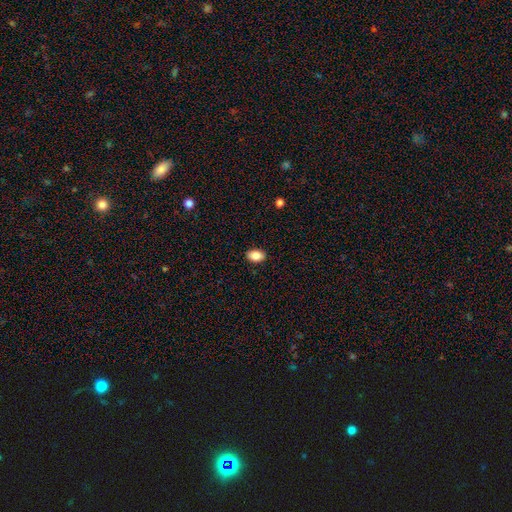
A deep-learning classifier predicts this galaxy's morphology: Smooth or featured?
  - smooth: 86% *
  - star or artifact: 8%
  - featured or disk: 6%
How rounded?
  - in between: 87% *
  - round: 12%
  - cigar-shaped: 1%
Merging?
  - none: 90% *
  - minor disturbance: 7%
  - major disturbance: 2%
  - merger: 1%